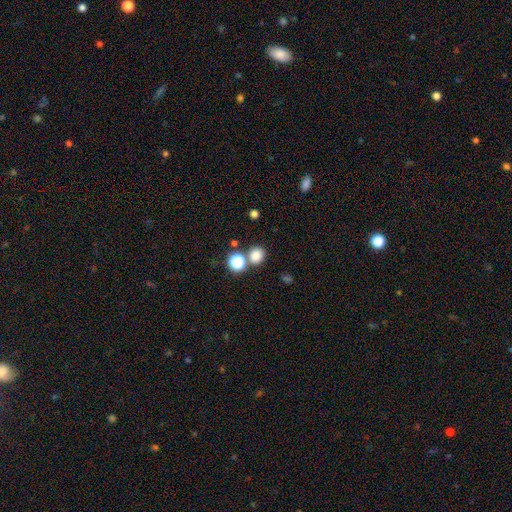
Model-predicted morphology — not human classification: smooth 79%, star or artifact 15%, featured or disk 5%. Down the decision tree: how rounded — round (81%); merging — none (71%).